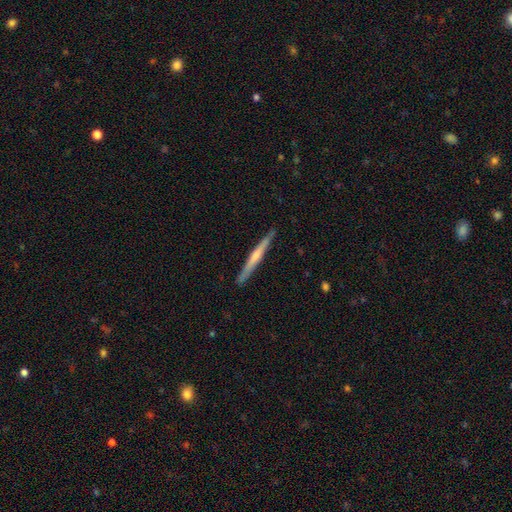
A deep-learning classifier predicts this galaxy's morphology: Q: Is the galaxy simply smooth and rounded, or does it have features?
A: featured or disk — 60%.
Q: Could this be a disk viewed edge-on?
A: yes — 97%.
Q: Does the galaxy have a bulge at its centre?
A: rounded — 55%.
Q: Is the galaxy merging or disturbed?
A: none — 90%.